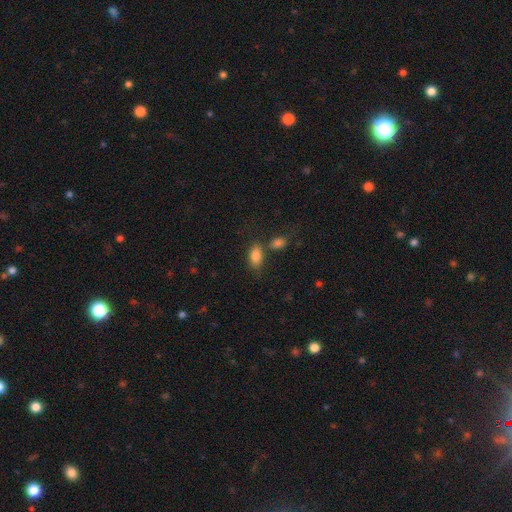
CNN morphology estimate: A smooth galaxy with no disk features (84%) that is in between round and cigar-shaped (90%).

Vote fractions:
- Smooth or featured? smooth: 84% / star or artifact: 9% / featured or disk: 7%
- How rounded? in between: 90% / round: 7% / cigar-shaped: 4%
- Merging? none: 57% / merger: 22% / minor disturbance: 16% / major disturbance: 5%